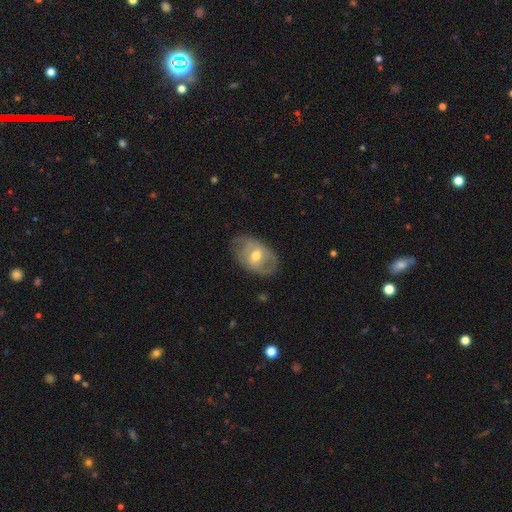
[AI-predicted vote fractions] The model was most divided on "smooth or featured": featured or disk: 54%, smooth: 39%, star or artifact: 7%. More confident: edge-on disk — no (92%); merging — none (65%).